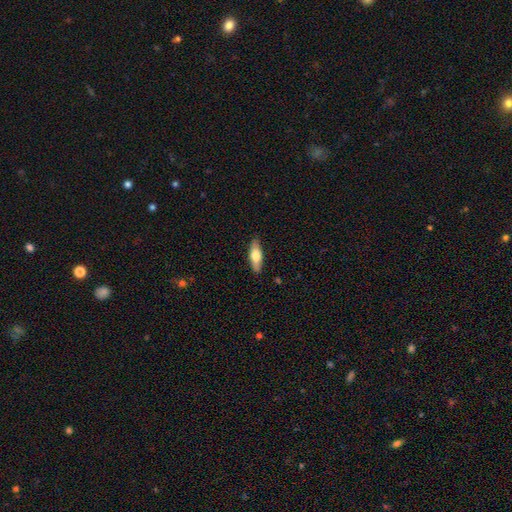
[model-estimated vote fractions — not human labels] The model was most divided on "how rounded": in between: 59%, cigar-shaped: 39%, round: 2%. More confident: merging — none (87%); smooth or featured — smooth (66%).